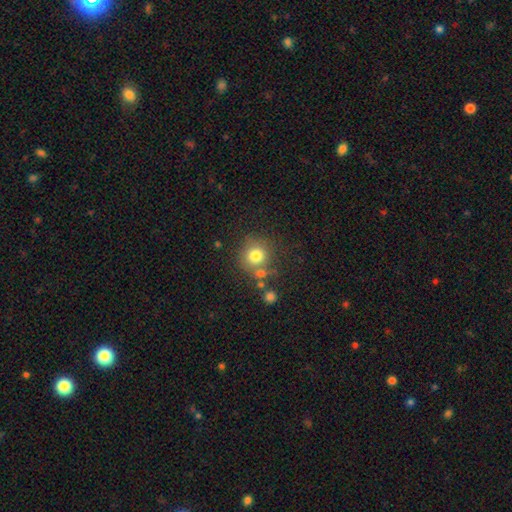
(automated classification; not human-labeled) smooth_or_featured: smooth (p=0.78) [alt: star or artifact p=0.12]
how_rounded: round (p=0.90) [alt: in between p=0.09]
merging: none (p=0.69) [alt: merger p=0.14]